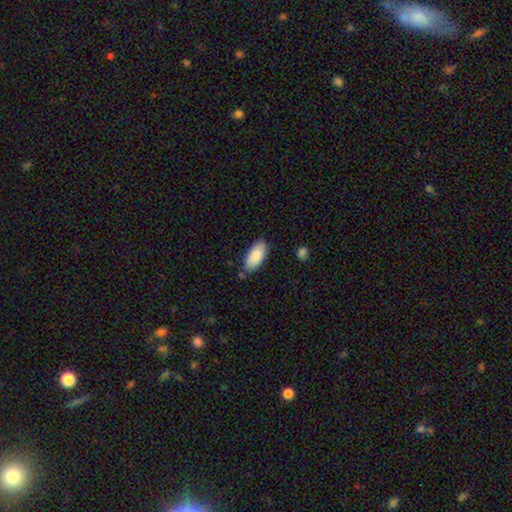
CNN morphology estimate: A smooth galaxy with no disk features (86%) that is in between round and cigar-shaped (92%). Merging: none (79%).